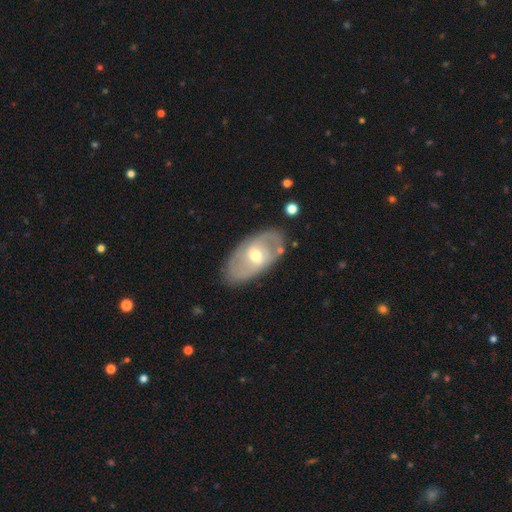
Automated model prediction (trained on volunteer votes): featured or disk 68%, smooth 27%, star or artifact 6%. Down the decision tree: edge-on disk — no (92%); bar — weak (48%); spiral arms — yes (69%); bulge size — moderate (64%); merging — none (77%).